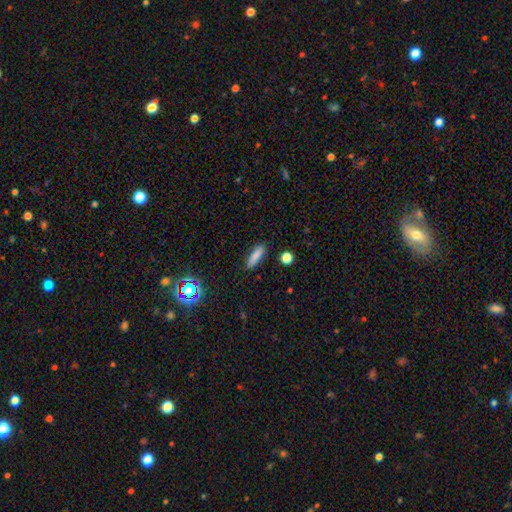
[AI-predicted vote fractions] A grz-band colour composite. It shows a smooth galaxy with no disk features (81%) that is cigar-shaped (60%). Merging: none (87%).